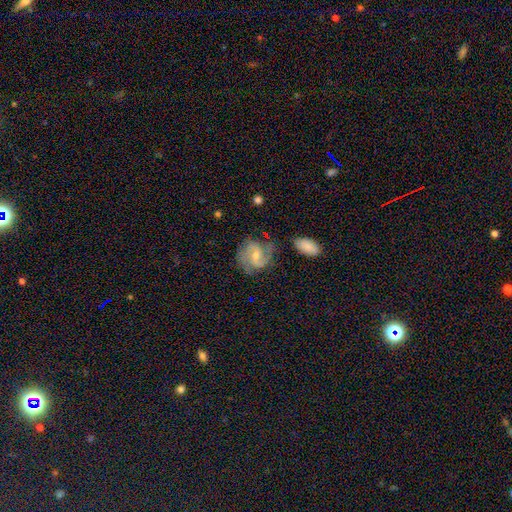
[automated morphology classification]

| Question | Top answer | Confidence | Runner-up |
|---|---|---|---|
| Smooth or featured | featured or disk | 76% | smooth (17%) |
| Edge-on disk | no | 97% | yes (3%) |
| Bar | weak | 52% | no (32%) |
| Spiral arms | yes | 94% | no (6%) |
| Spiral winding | medium | 50% | loose (32%) |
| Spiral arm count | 2 | 79% | can't tell (9%) |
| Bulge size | small | 49% | moderate (45%) |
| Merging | none | 64% | minor disturbance (22%) |